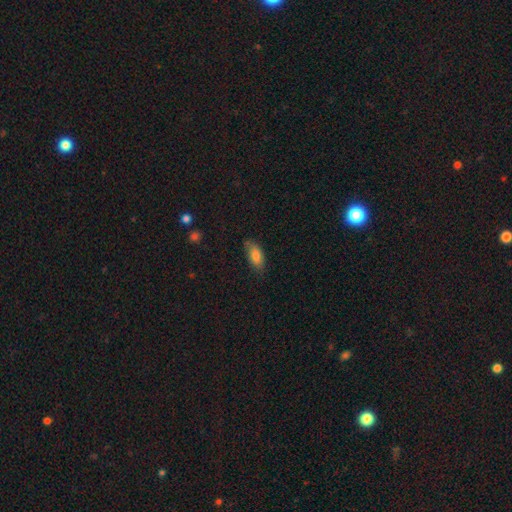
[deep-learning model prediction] Smooth or featured? Predicted: smooth (p=0.81). How rounded? Predicted: in between (p=0.86). Merging? Predicted: none (p=0.71).